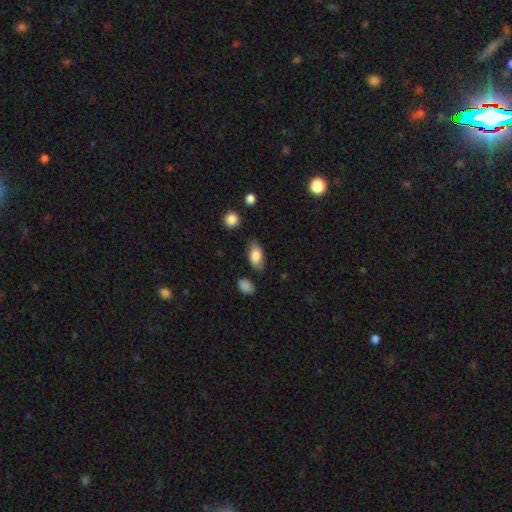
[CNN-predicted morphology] This is likely a smooth galaxy (79%). How rounded: clearly in between (90%). Merging: likely none (75%).